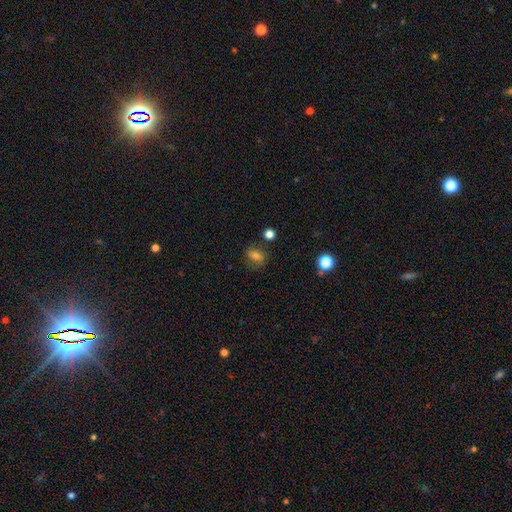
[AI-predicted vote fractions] This is likely a smooth galaxy (70%). How rounded: possibly in between (59%). Merging: likely none (74%).